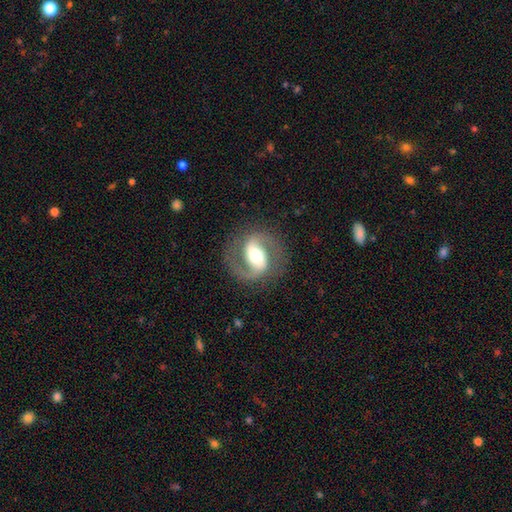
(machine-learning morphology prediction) A featured or disk galaxy (88%) with a strong bar (45%), 2 (92%) medium (58%) spiral arms (95%) and a moderate central bulge (62%).

Vote fractions:
- Smooth or featured? featured or disk: 88% / smooth: 8% / star or artifact: 5%
- Edge-on disk? no: 97% / yes: 3%
- Bar? strong: 45% / weak: 36% / no: 19%
- Spiral arms? yes: 95% / no: 5%
- Spiral winding? medium: 58% / loose: 26% / tight: 16%
- Spiral arm count? 2: 92% / 1: 4% / can't tell: 2% / 3: 1% / 4: 1% / more than 4: 1%
- Bulge size? moderate: 62% / large: 22% / small: 13% / dominant: 3% / none: 1%
- Merging? none: 82% / minor disturbance: 11% / major disturbance: 6% / merger: 1%